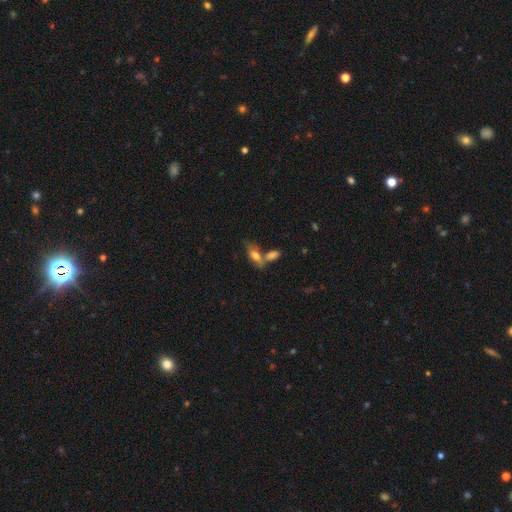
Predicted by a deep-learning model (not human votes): Smooth or featured? Predicted: smooth (p=0.66). How rounded? Predicted: in between (p=0.72). Merging? Predicted: none (p=0.46).